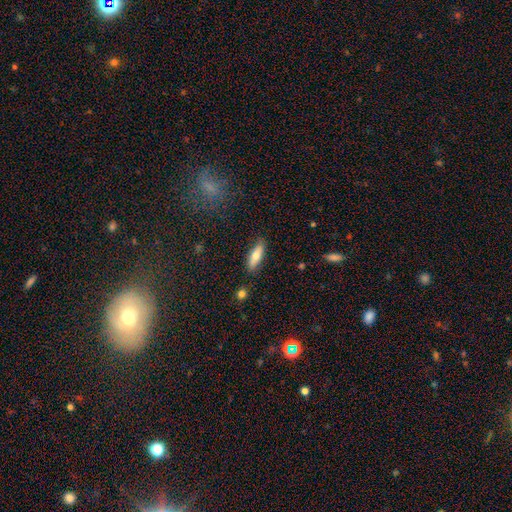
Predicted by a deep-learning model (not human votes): Smooth or featured?
  - smooth: 70% *
  - featured or disk: 24%
  - star or artifact: 6%
How rounded?
  - in between: 53% *
  - cigar-shaped: 45%
  - round: 2%
Merging?
  - none: 85% *
  - minor disturbance: 11%
  - major disturbance: 2%
  - merger: 2%